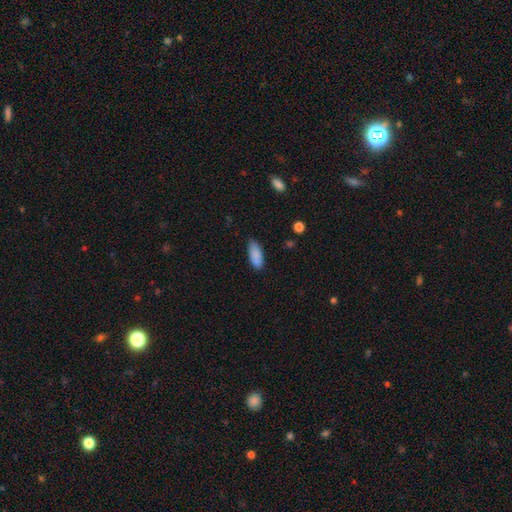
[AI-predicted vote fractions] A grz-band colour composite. It shows a smooth galaxy with no disk features (88%) that is in between round and cigar-shaped (82%). Merging: none (80%).